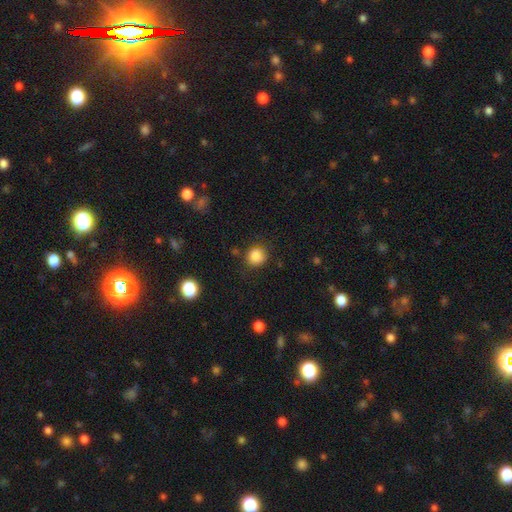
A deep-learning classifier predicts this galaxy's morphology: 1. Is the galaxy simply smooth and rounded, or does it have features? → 85% smooth, 11% star or artifact, 4% featured or disk.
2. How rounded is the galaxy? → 82% round, 17% in between, 1% cigar-shaped.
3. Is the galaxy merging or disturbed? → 81% none, 13% minor disturbance, 4% major disturbance, 2% merger.